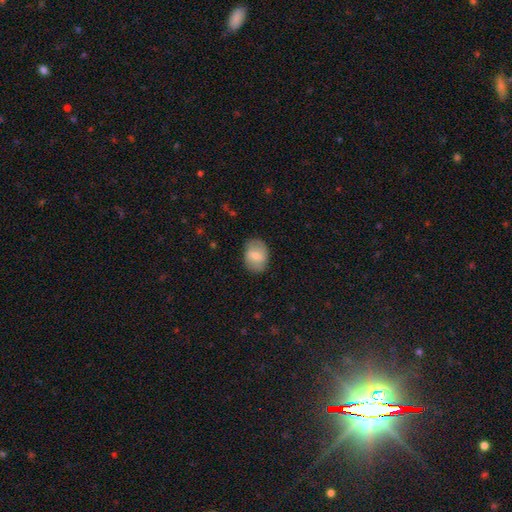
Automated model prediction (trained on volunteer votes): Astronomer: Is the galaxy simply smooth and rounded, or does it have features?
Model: smooth — 71%.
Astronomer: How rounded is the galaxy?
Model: in between — 70%.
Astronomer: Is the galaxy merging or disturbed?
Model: none — 82%.